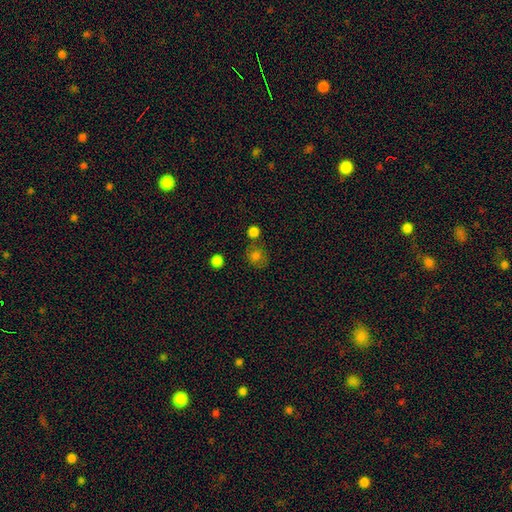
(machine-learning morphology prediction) A smooth galaxy with no disk features (76%) that is round (78%). Merging: none (65%).